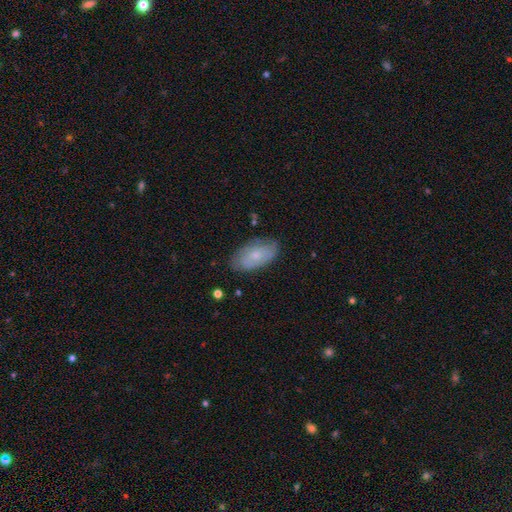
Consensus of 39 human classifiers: smooth 74%, featured or disk 23%, star or artifact 3%. Down the decision tree: how rounded — in between (90%); merging — none (68%).